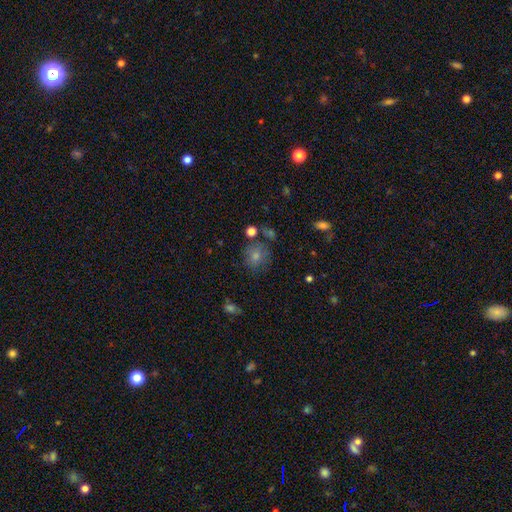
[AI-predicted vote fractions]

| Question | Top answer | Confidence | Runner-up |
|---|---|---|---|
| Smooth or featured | smooth | 56% | star or artifact (26%) |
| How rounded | round | 83% | in between (16%) |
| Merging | none | 75% | minor disturbance (13%) |